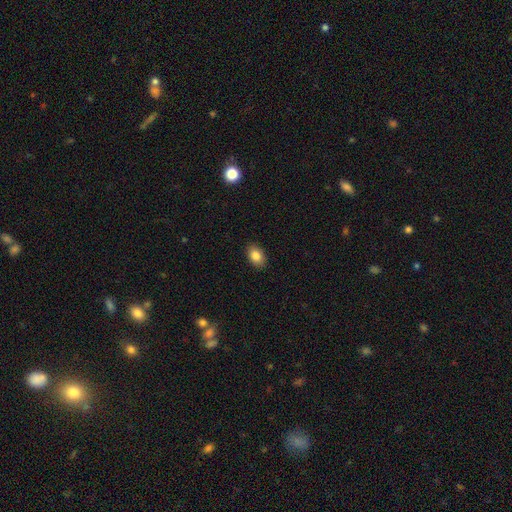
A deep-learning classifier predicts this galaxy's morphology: type=smooth (85%); roundness=in between (86%); merging=none (89%).